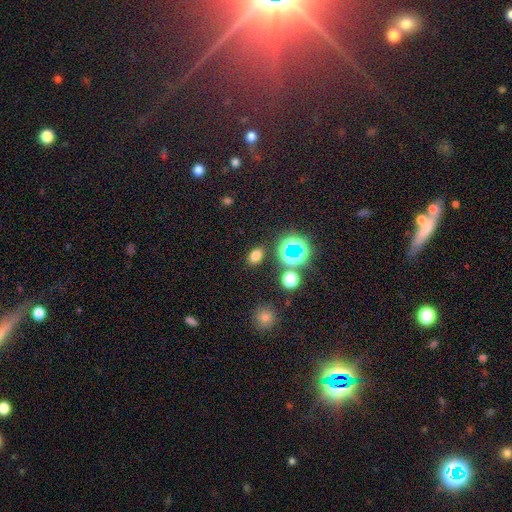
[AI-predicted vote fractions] This appears to be a smooth galaxy with no disk features (70%) that is in between round and cigar-shaped (78%). Merging: none (85%).